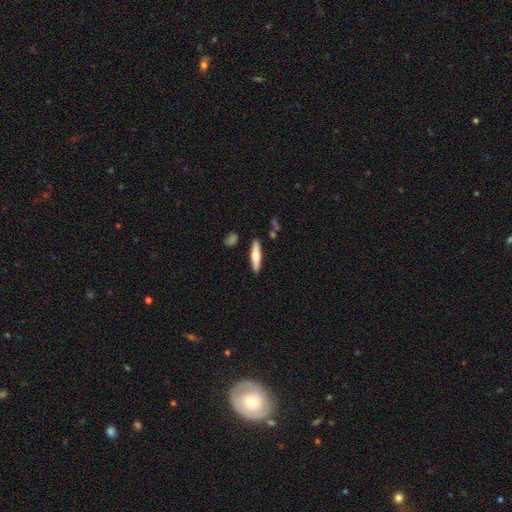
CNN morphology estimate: Q: Smooth or featured?
A: smooth (58%); runner-up: featured or disk (37%)
Q: How rounded?
A: cigar-shaped (80%); runner-up: in between (18%)
Q: Merging?
A: none (88%); runner-up: minor disturbance (8%)